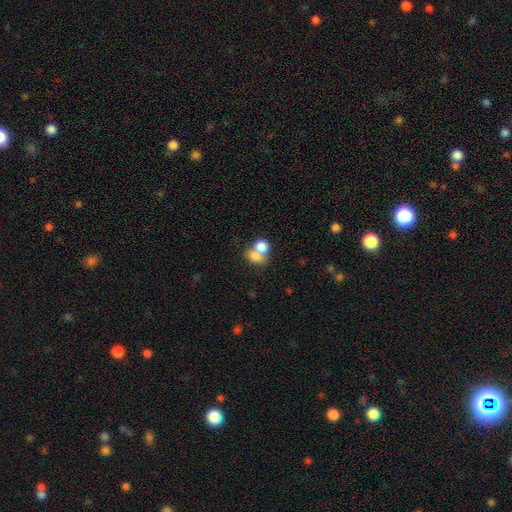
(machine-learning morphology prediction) smooth 77%, featured or disk 14%, star or artifact 9%. Down the decision tree: how rounded — in between (55%); merging — merger (63%).